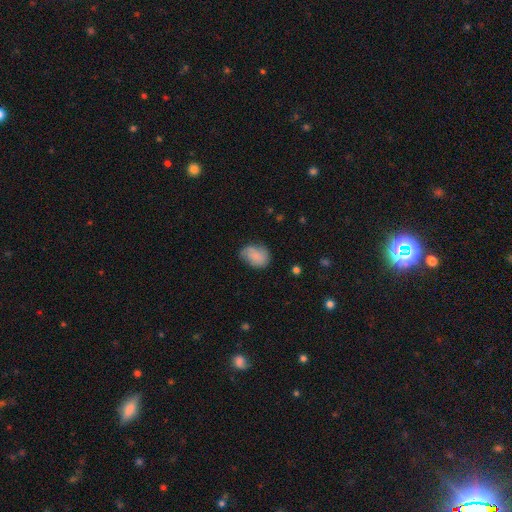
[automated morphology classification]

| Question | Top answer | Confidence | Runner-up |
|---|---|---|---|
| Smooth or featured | smooth | 78% | featured or disk (14%) |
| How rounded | in between | 71% | round (27%) |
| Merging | none | 58% | minor disturbance (31%) |